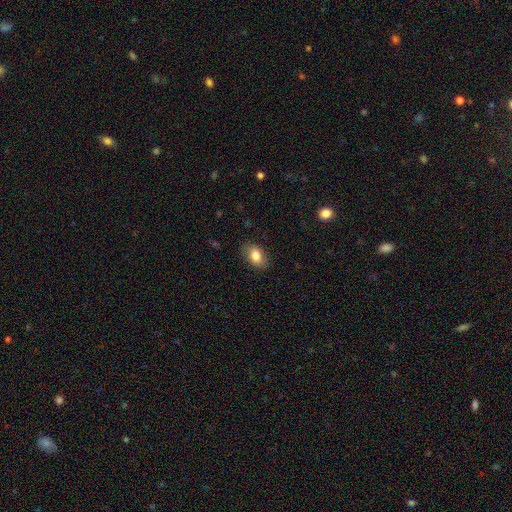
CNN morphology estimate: Overall: smooth (82%). How rounded: in between (86%). Merging: none (83%).